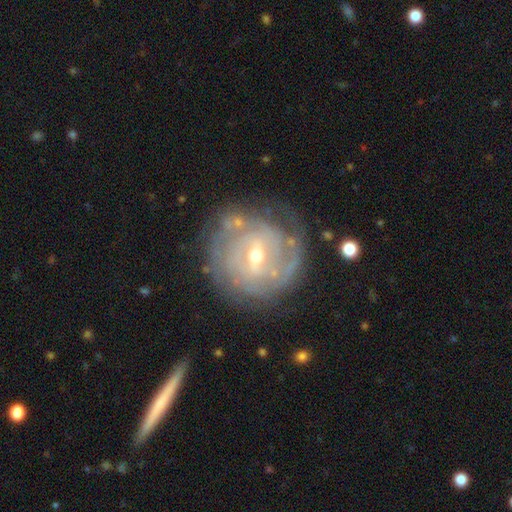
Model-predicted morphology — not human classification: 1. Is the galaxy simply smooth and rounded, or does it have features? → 84% featured or disk, 10% smooth, 6% star or artifact.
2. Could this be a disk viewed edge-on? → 97% no, 3% yes.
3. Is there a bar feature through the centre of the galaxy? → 56% weak, 22% strong, 22% no.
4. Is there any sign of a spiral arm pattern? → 92% yes, 8% no.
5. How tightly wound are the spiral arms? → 72% tight, 23% medium, 6% loose.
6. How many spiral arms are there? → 39% can't tell, 28% 2, 16% 3, 8% 4, 5% 1, 5% more than 4.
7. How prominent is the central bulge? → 50% moderate, 46% small, 2% large, 1% none, 1% dominant.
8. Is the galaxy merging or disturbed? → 74% none, 16% minor disturbance, 7% major disturbance, 3% merger.